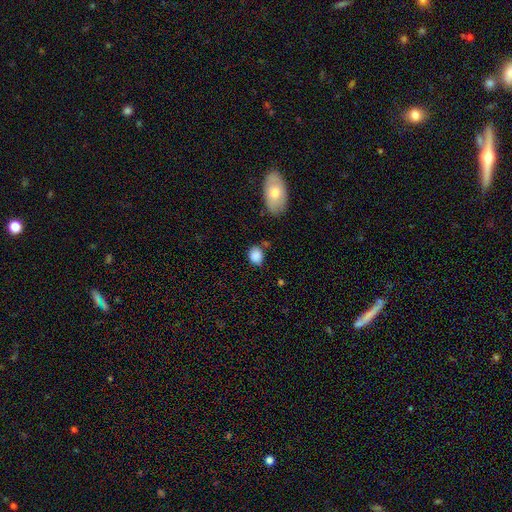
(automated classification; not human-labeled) smooth_or_featured: smooth (p=0.86) [alt: star or artifact p=0.09]
how_rounded: round (p=0.52) [alt: in between p=0.47]
merging: none (p=0.68) [alt: minor disturbance p=0.20]